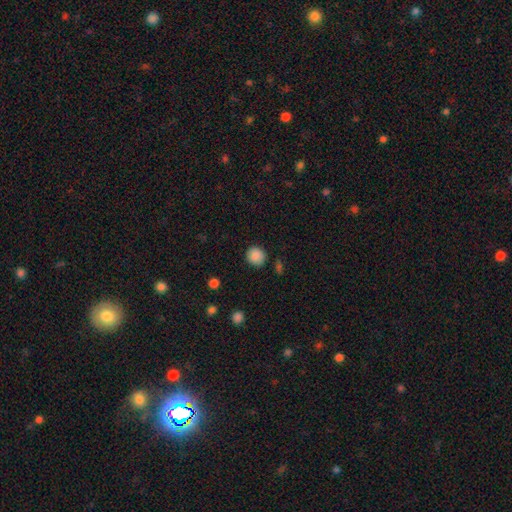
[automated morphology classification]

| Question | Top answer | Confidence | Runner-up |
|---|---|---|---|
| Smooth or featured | smooth | 87% | star or artifact (9%) |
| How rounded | round | 89% | in between (10%) |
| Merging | none | 86% | minor disturbance (9%) |